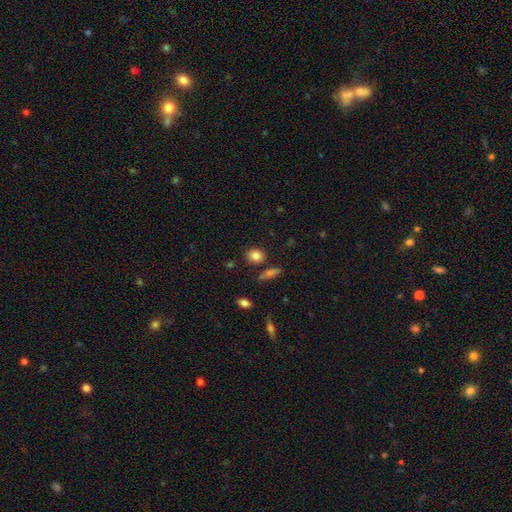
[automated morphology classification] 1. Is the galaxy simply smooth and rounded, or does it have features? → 84% smooth, 10% star or artifact, 7% featured or disk.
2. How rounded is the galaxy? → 61% round, 37% in between, 2% cigar-shaped.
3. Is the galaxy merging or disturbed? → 82% none, 10% minor disturbance, 5% merger, 3% major disturbance.